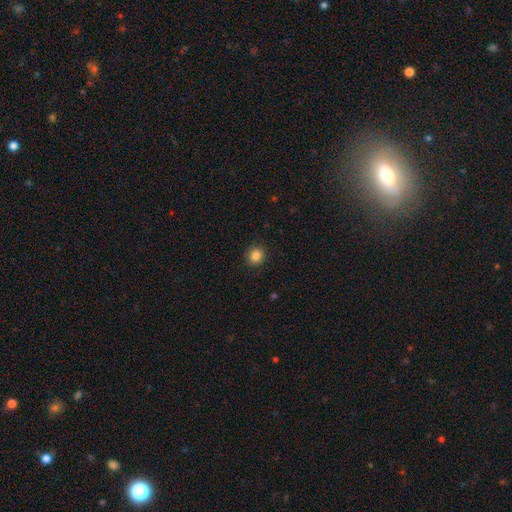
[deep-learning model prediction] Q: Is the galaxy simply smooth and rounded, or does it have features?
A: smooth — 85%.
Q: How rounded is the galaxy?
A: round — 85%.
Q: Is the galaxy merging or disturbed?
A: none — 90%.